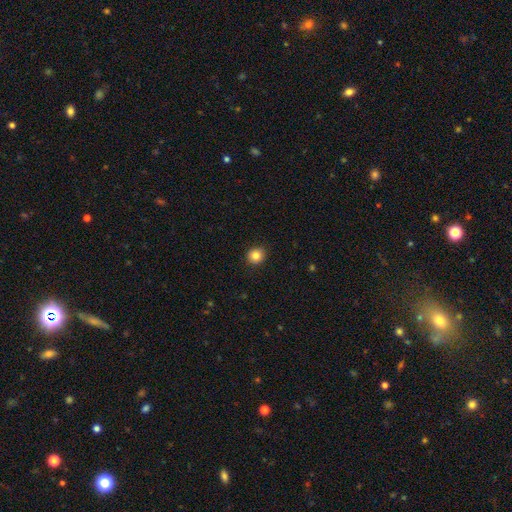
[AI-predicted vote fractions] Morphology: type=smooth (84%); roundness=round (90%); merging=none (92%).